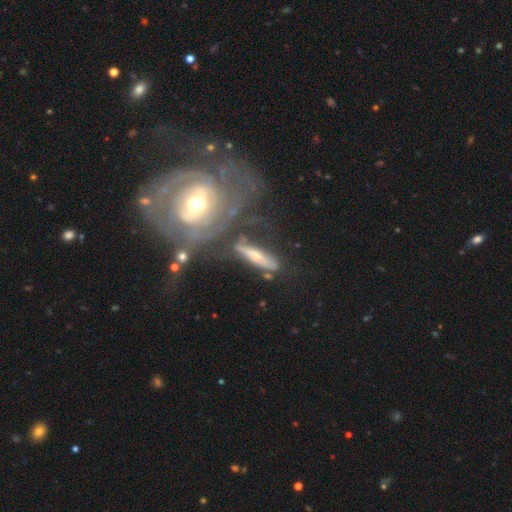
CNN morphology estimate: The model was most divided on "edge-on disk": yes: 57%, no: 43%. More confident: smooth or featured — featured or disk (64%); merging — none (52%).